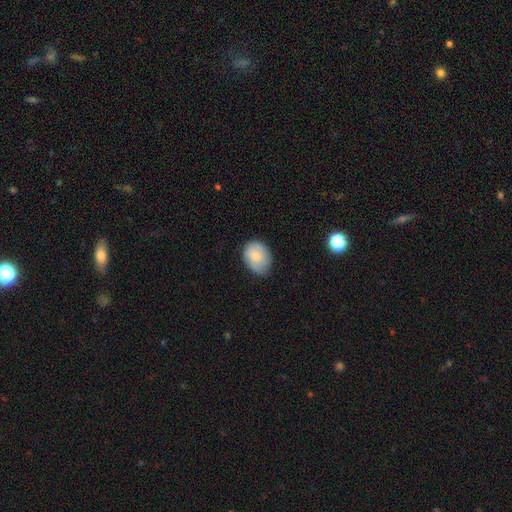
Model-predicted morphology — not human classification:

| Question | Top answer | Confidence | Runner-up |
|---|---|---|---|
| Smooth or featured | smooth | 80% | featured or disk (14%) |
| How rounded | in between | 65% | round (34%) |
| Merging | none | 69% | minor disturbance (25%) |